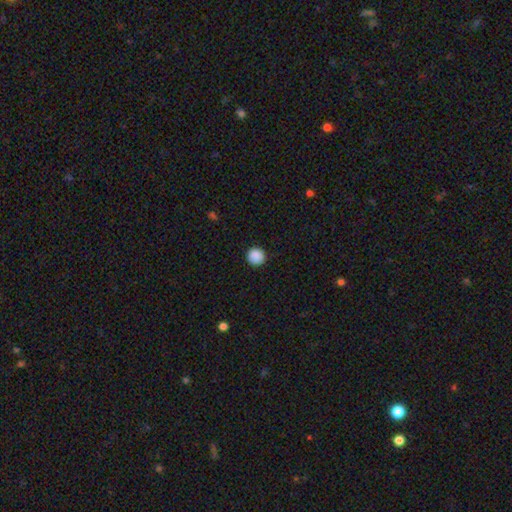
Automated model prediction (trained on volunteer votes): Smooth or featured?
  - smooth: 89% *
  - star or artifact: 9%
  - featured or disk: 3%
How rounded?
  - round: 95% *
  - in between: 5%
  - cigar-shaped: 1%
Merging?
  - none: 91% *
  - minor disturbance: 7%
  - major disturbance: 2%
  - merger: 1%